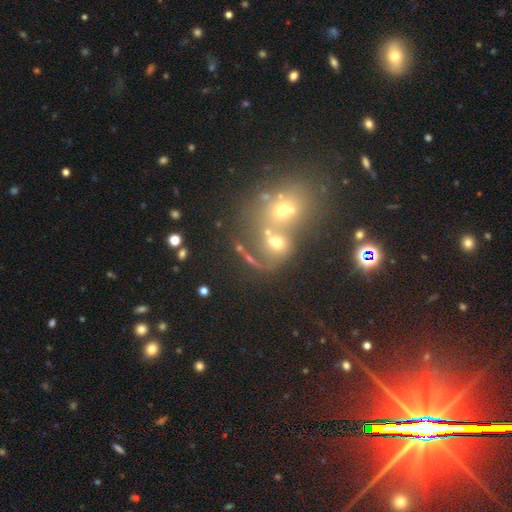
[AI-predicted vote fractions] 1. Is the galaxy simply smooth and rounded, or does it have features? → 35% star or artifact, 33% featured or disk, 32% smooth.